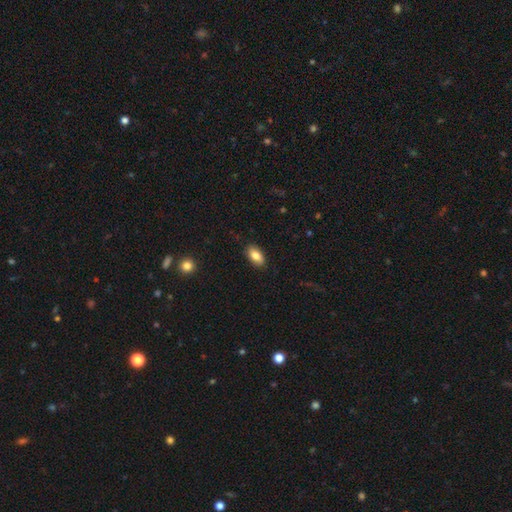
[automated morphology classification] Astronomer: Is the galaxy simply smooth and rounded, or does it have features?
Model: smooth — 83%.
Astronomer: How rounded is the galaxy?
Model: in between — 92%.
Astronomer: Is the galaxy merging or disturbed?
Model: none — 88%.